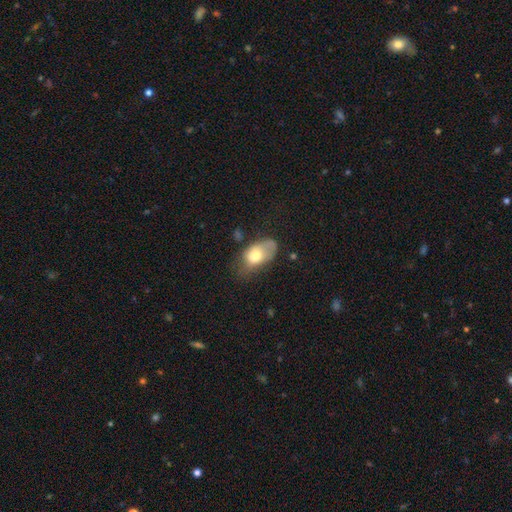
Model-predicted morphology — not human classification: smooth_or_featured: smooth (p=0.68) [alt: featured or disk p=0.24]
how_rounded: in between (p=0.88) [alt: round p=0.10]
merging: minor disturbance (p=0.37) [alt: none p=0.33]